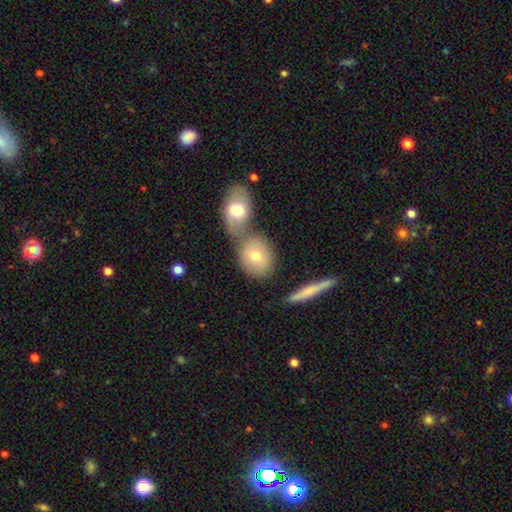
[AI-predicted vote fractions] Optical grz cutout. It shows a smooth galaxy with no disk features (73%) that is in between round and cigar-shaped (50%). Merging: none (47%).